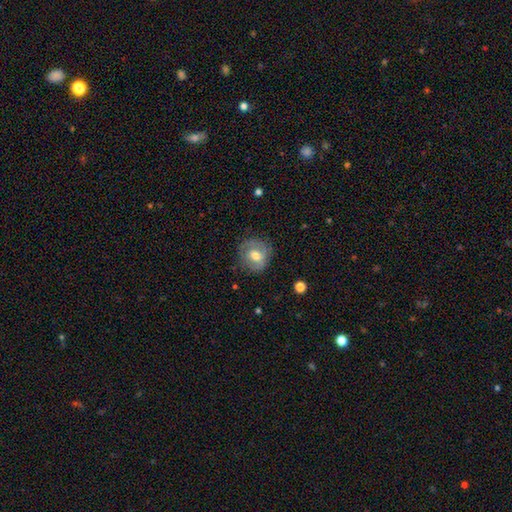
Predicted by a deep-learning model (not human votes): A smooth galaxy with no disk features (53%) that is round (81%). Merging: none (73%).